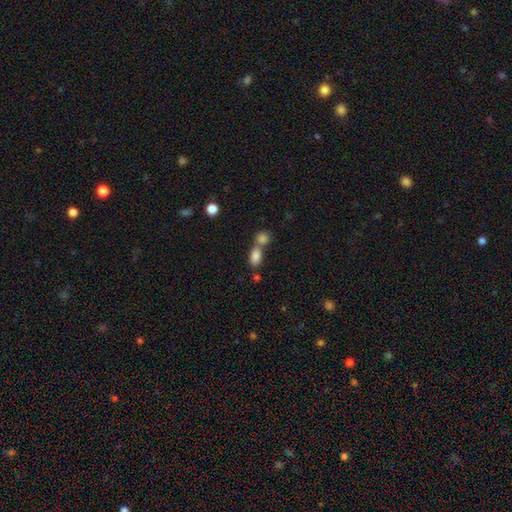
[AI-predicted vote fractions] A smooth galaxy with no disk features (83%) that is in between round and cigar-shaped (87%). Merging: merger (48%).